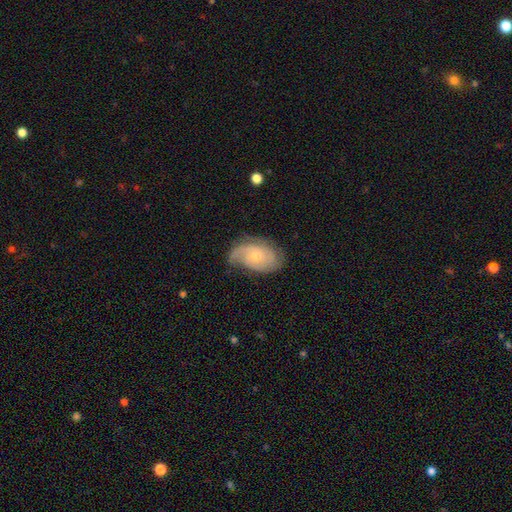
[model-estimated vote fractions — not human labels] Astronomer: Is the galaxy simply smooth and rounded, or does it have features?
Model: featured or disk — 75%.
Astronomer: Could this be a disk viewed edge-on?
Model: no — 96%.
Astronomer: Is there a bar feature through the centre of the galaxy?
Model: no — 75%.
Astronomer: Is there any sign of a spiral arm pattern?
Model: yes — 92%.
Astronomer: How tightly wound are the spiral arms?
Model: tight — 47% (runner-up: medium, 36%).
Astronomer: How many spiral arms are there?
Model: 2 — 43% (runner-up: can't tell, 24%).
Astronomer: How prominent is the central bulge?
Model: small — 63%.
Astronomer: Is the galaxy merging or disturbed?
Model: none — 63%.